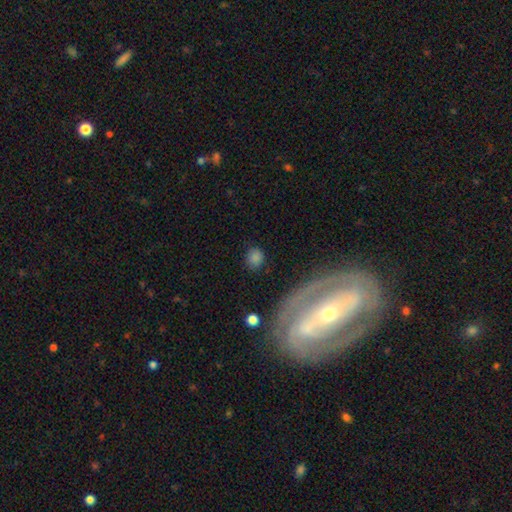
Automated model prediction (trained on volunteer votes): smooth_or_featured: smooth (p=0.73) [alt: featured or disk p=0.15]
how_rounded: round (p=0.76) [alt: in between p=0.22]
merging: none (p=0.81) [alt: minor disturbance p=0.11]